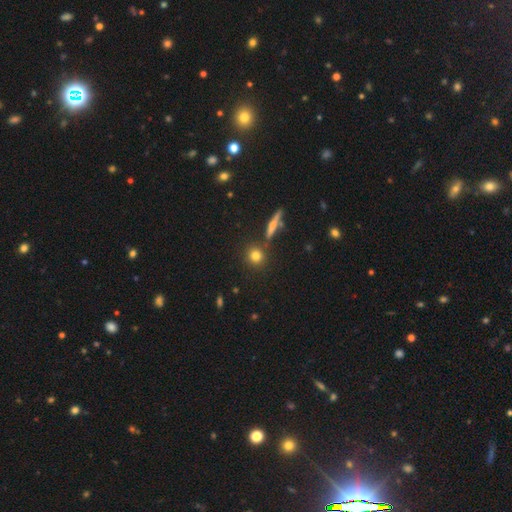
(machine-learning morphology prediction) This is likely a smooth galaxy (78%). How rounded: clearly round (86%). Merging: clearly none (81%).